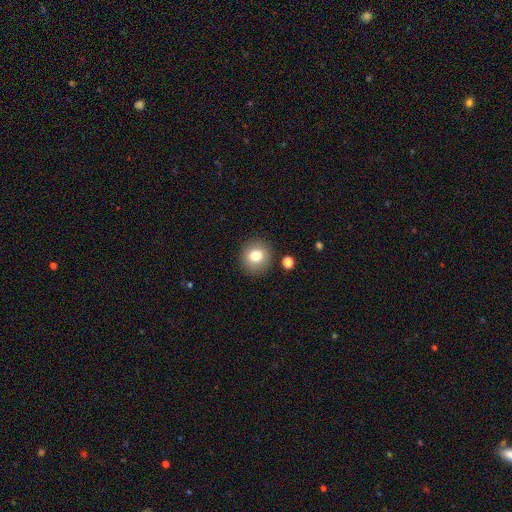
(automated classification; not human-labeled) Q: Smooth or featured?
A: smooth (78%); runner-up: star or artifact (11%)
Q: How rounded?
A: round (89%); runner-up: in between (10%)
Q: Merging?
A: none (88%); runner-up: minor disturbance (7%)